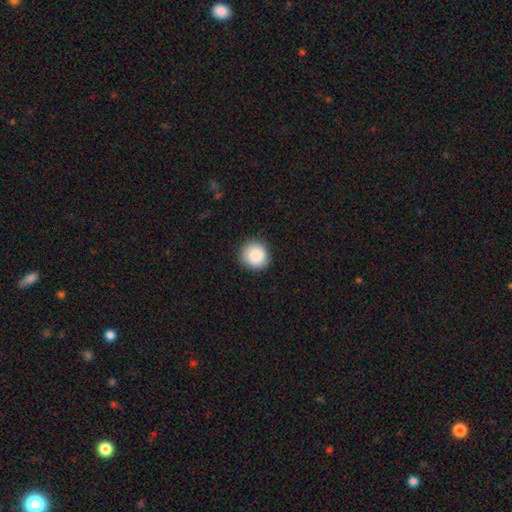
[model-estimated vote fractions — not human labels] A smooth galaxy with no disk features (88%) that is round (92%).

Vote fractions:
- Smooth or featured? smooth: 88% / star or artifact: 8% / featured or disk: 5%
- How rounded? round: 92% / in between: 7% / cigar-shaped: 1%
- Merging? none: 90% / minor disturbance: 7% / major disturbance: 2% / merger: 1%